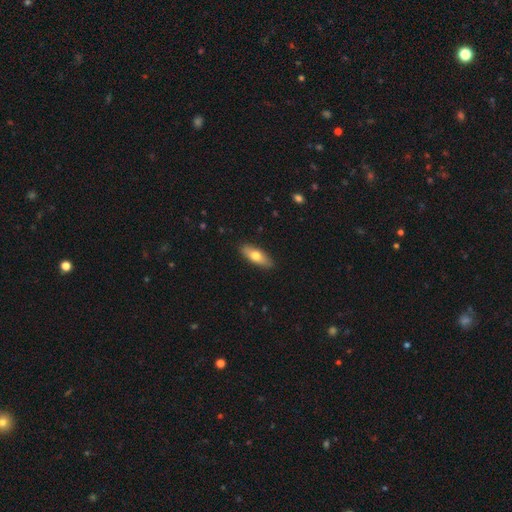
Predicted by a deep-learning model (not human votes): Smooth or featured? smooth (67%)
How rounded? in between (67%)
Merging? none (89%)